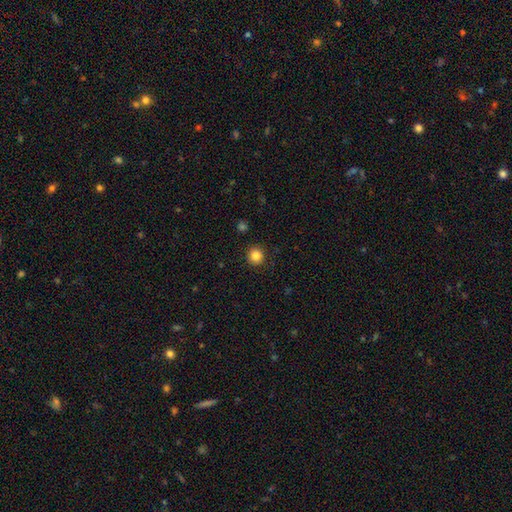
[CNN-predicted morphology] A smooth galaxy with no disk features (85%) that is round (94%). Merging: none (92%).